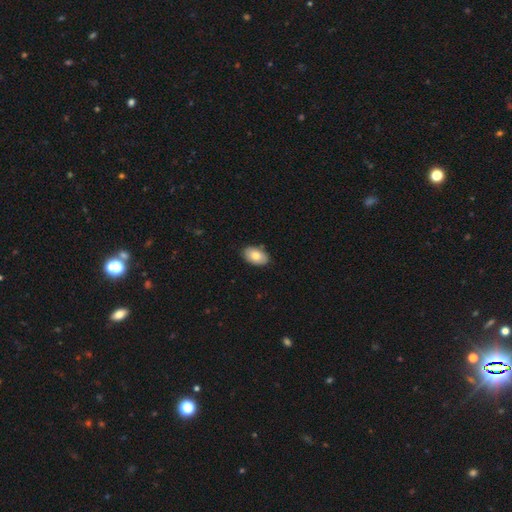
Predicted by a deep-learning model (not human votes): Smooth or featured: smooth — 80% (featured or disk — 13%)
How rounded: in between — 93% (round — 6%)
Merging: none — 86% (minor disturbance — 11%)